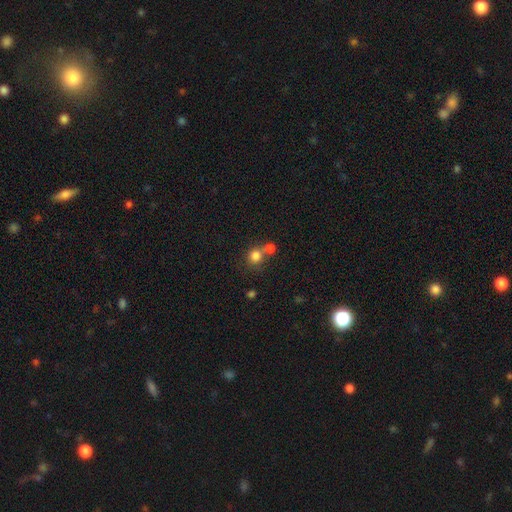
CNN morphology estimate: Smooth or featured? smooth (80%)
How rounded? round (86%)
Merging? none (47%)